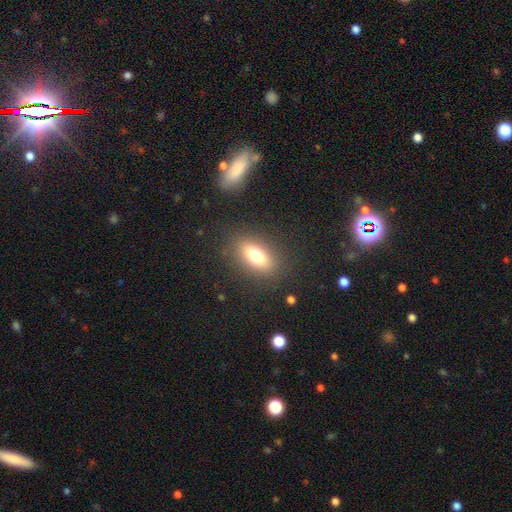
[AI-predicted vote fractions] Morphology: type=smooth (72%); roundness=in between (80%); merging=none (86%).